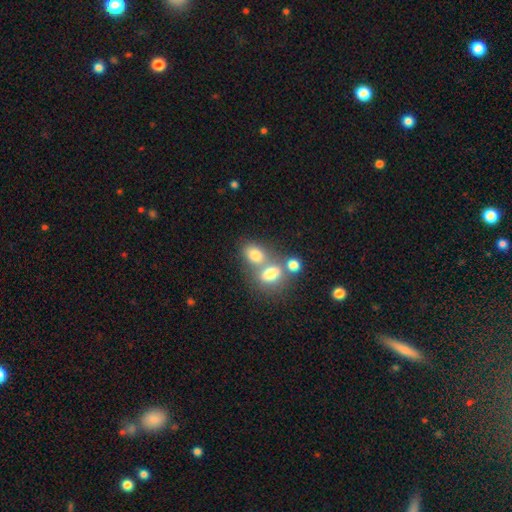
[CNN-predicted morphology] smooth-or-featured: smooth: 72% | featured or disk: 14% | star or artifact: 13%
  how-rounded: in between: 65% | round: 33% | cigar-shaped: 2%
  merging: merger: 54% | none: 33% | minor disturbance: 8% | major disturbance: 4%